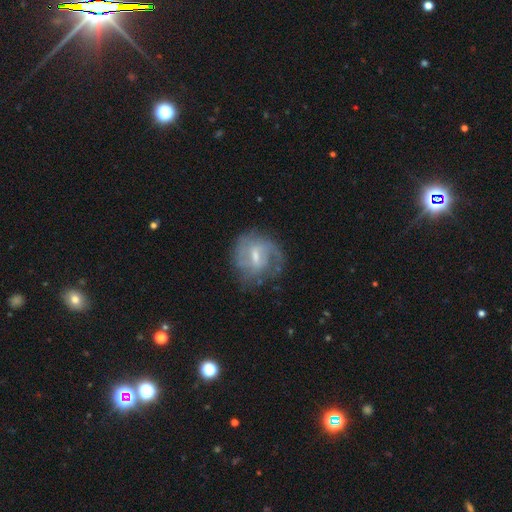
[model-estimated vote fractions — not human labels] smooth_or_featured: featured or disk (p=0.77) [alt: smooth p=0.16]
disk_edge_on: no (p=0.97) [alt: yes p=0.03]
bar: weak (p=0.60) [alt: strong p=0.23]
has_spiral_arms: yes (p=0.88) [alt: no p=0.12]
spiral_winding: medium (p=0.43) [alt: tight p=0.37]
spiral_arm_count: 2 (p=0.48) [alt: can't tell p=0.27]
bulge_size: small (p=0.50) [alt: moderate p=0.38]
merging: none (p=0.66) [alt: minor disturbance p=0.20]